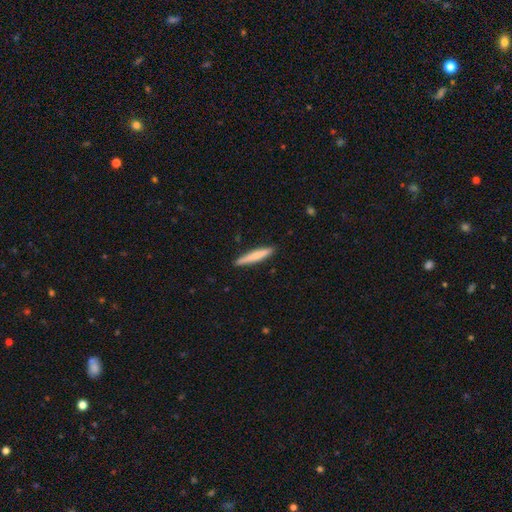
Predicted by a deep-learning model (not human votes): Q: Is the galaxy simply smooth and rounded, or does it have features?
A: smooth — 69%.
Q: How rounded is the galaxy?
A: cigar-shaped — 93%.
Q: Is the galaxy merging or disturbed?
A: none — 90%.